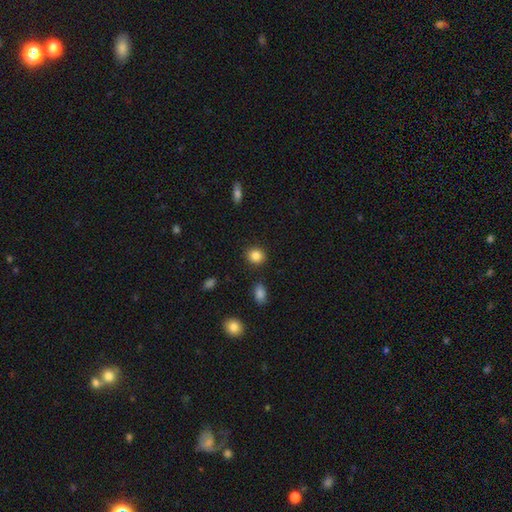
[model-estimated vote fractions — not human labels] smooth_or_featured: smooth (p=0.86) [alt: star or artifact p=0.09]
how_rounded: round (p=0.78) [alt: in between p=0.21]
merging: none (p=0.88) [alt: minor disturbance p=0.07]